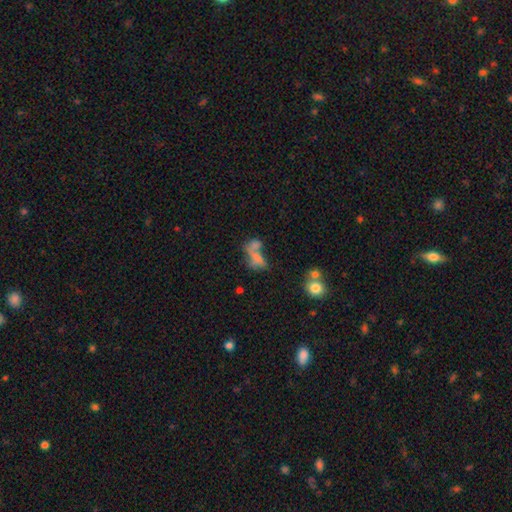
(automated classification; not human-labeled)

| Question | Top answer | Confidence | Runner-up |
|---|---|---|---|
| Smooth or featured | smooth | 56% | featured or disk (28%) |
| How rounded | in between | 77% | round (13%) |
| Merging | merger | 52% | none (21%) |